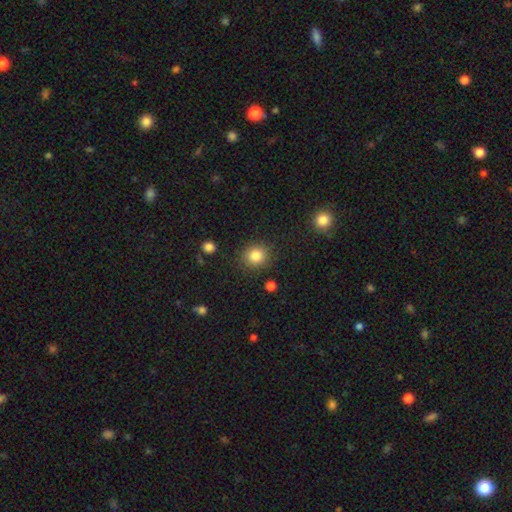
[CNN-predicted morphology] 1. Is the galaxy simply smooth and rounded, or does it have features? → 85% smooth, 10% star or artifact, 5% featured or disk.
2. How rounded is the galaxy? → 87% round, 12% in between, 1% cigar-shaped.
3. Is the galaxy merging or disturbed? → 88% none, 8% minor disturbance, 3% major disturbance, 2% merger.